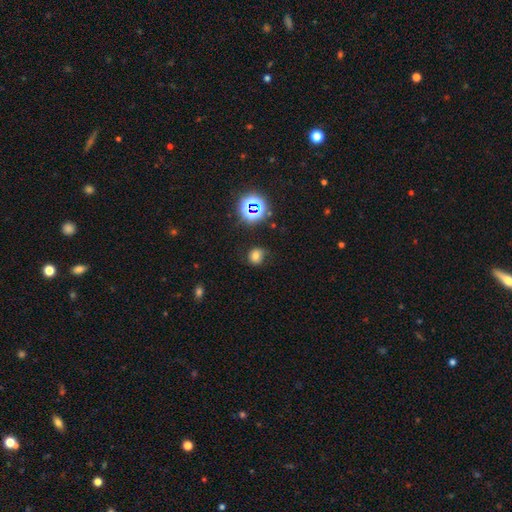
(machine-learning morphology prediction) smooth_or_featured: smooth (p=0.69) [alt: star or artifact p=0.22]
how_rounded: round (p=0.76) [alt: in between p=0.23]
merging: none (p=0.75) [alt: minor disturbance p=0.17]